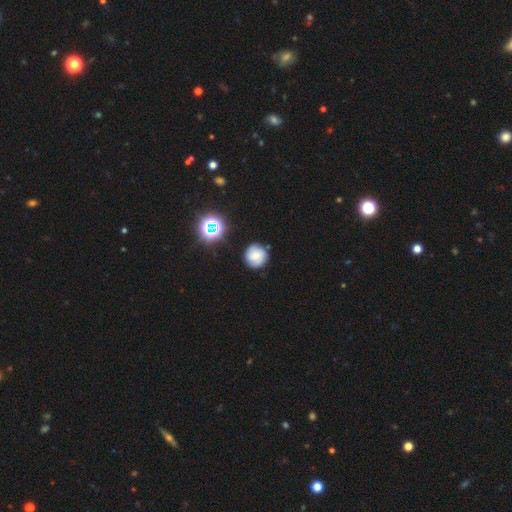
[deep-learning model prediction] smooth-or-featured: smooth: 61% | featured or disk: 26% | star or artifact: 13%
  how-rounded: round: 92% | in between: 7% | cigar-shaped: 1%
  merging: none: 80% | minor disturbance: 13% | major disturbance: 4% | merger: 3%